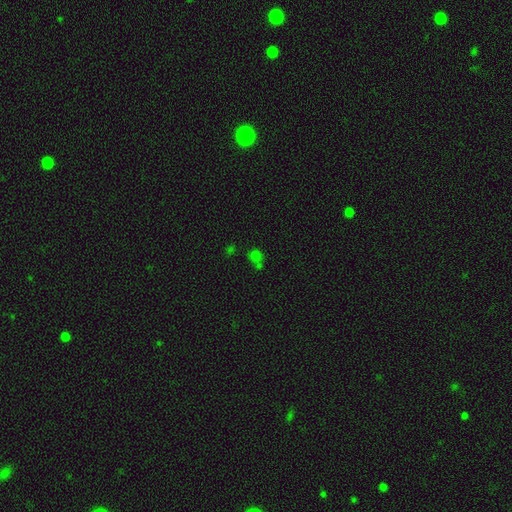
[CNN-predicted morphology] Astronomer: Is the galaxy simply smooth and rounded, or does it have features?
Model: smooth — 61%.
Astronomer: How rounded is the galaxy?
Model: round — 79%.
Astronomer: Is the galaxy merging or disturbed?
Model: none — 53% (runner-up: merger, 29%).